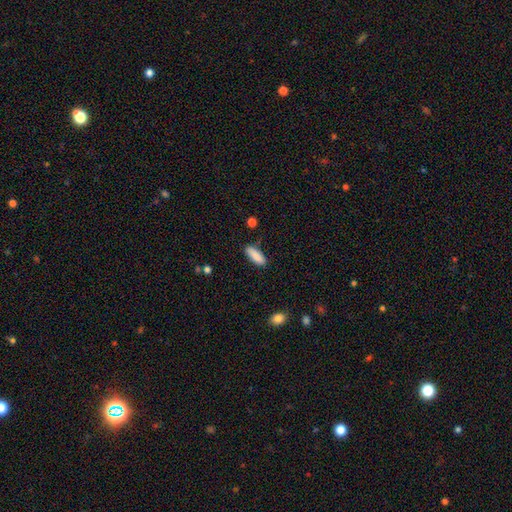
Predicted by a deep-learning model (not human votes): Overall: smooth (88%). How rounded: in between (65%; cigar-shaped 33%). Merging: none (82%).